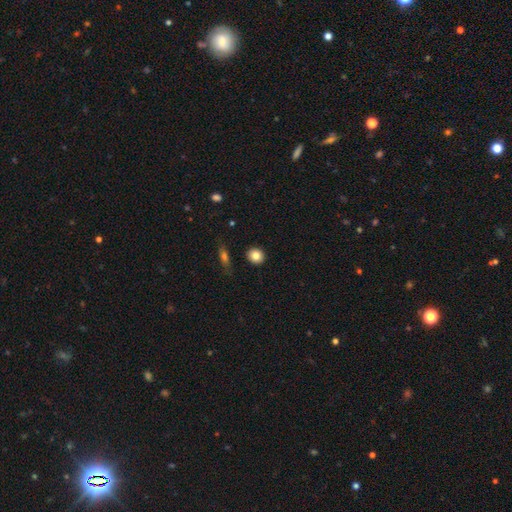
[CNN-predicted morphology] Smooth or featured: smooth — 83% (star or artifact — 9%)
How rounded: round — 81% (in between — 18%)
Merging: none — 89% (minor disturbance — 7%)